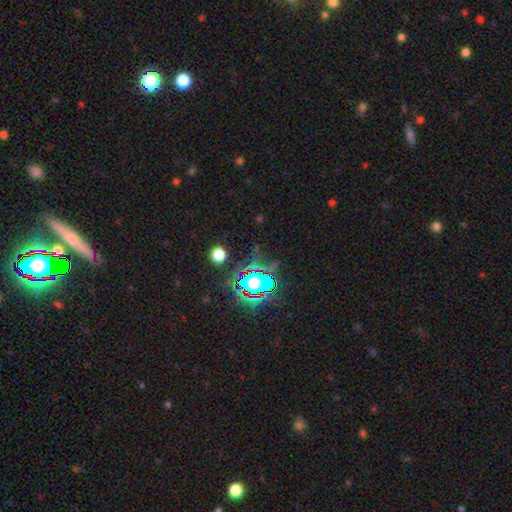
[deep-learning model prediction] A star or artifact, not a galaxy (71%).